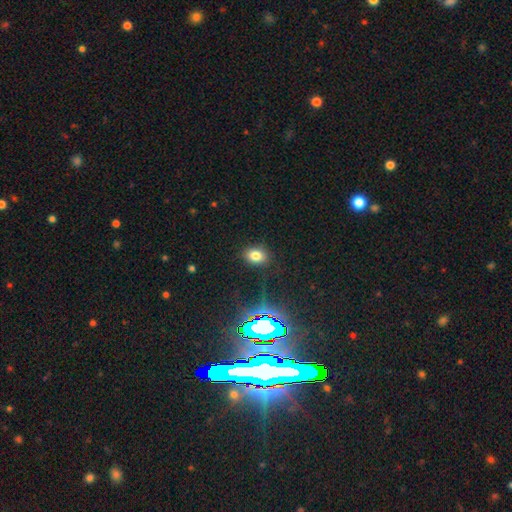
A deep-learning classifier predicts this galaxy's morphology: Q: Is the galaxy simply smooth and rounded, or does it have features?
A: smooth — 73%.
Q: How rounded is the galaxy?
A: in between — 67%.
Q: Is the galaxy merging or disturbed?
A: none — 87%.